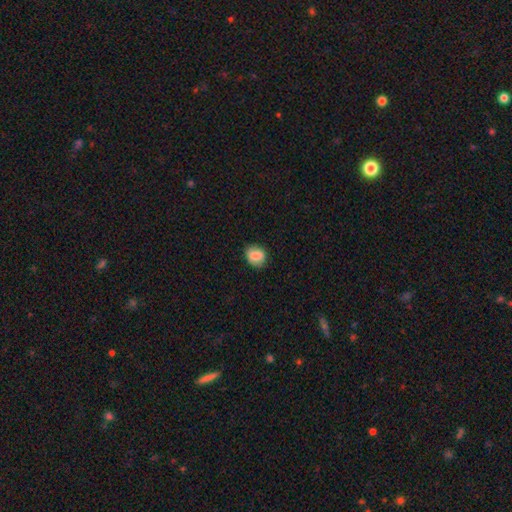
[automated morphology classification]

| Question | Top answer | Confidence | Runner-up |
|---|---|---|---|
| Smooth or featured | smooth | 82% | featured or disk (10%) |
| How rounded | round | 60% | in between (39%) |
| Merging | none | 80% | minor disturbance (16%) |